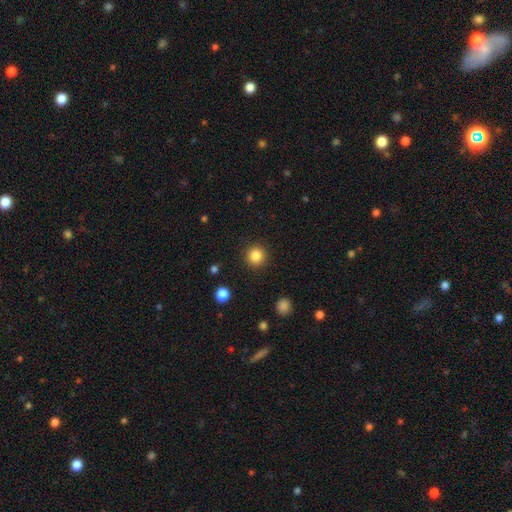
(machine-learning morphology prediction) type=smooth (85%); roundness=round (95%); merging=none (91%).